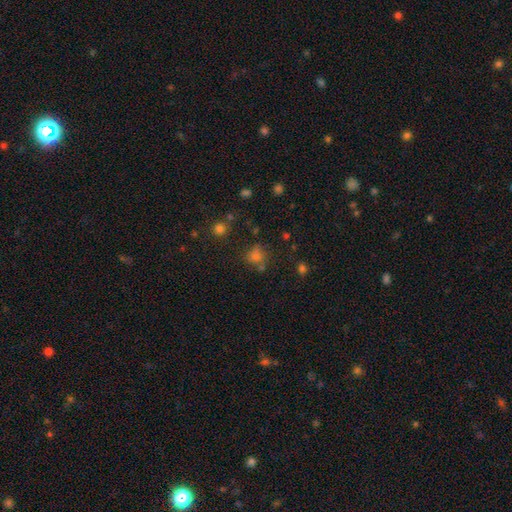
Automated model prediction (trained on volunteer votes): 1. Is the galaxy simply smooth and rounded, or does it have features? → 65% smooth, 26% star or artifact, 9% featured or disk.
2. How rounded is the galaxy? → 70% round, 29% in between, 1% cigar-shaped.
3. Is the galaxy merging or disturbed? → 61% none, 16% minor disturbance, 14% merger, 9% major disturbance.